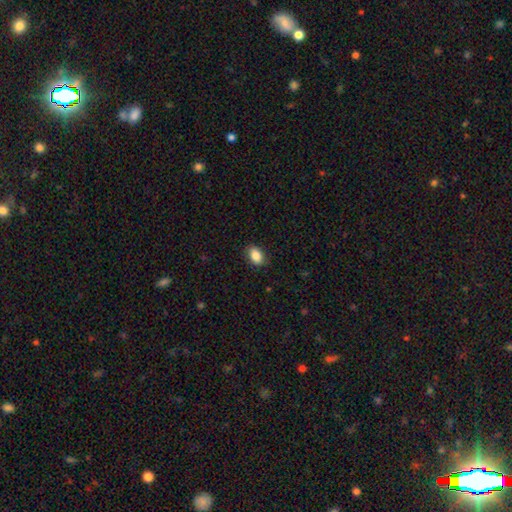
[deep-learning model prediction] Overall: smooth (86%). How rounded: in between (84%). Merging: none (87%).